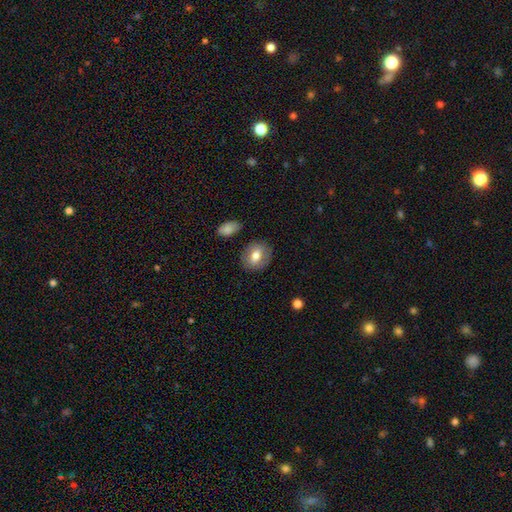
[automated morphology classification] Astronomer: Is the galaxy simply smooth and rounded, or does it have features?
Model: smooth — 70%.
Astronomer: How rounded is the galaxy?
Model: round — 51% (runner-up: in between, 48%).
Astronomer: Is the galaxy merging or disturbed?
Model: none — 82%.